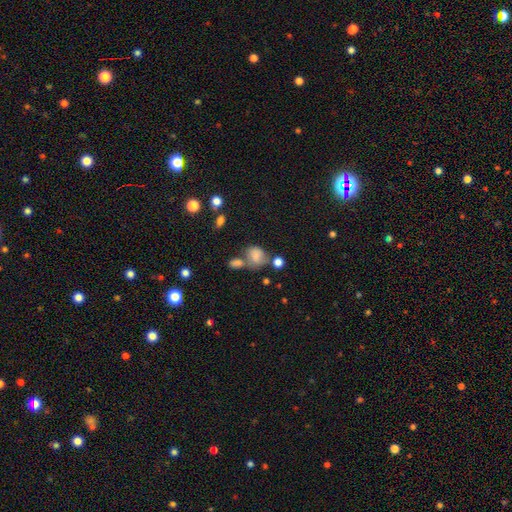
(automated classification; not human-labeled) Smooth or featured? Predicted: smooth (p=0.75). How rounded? Predicted: in between (p=0.51). Merging? Predicted: none (p=0.37).